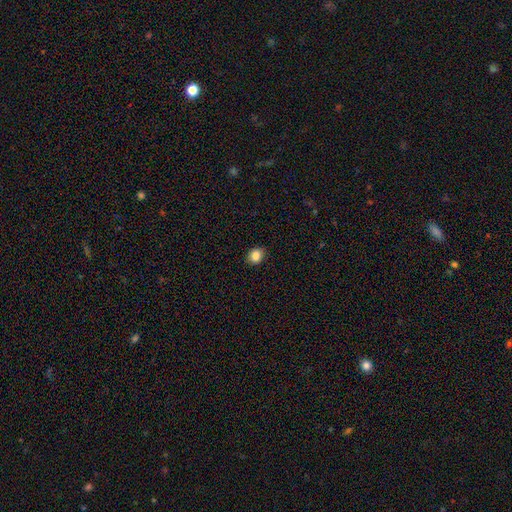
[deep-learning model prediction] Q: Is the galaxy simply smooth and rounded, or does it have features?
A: smooth — 85%.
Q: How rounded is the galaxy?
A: round — 60%.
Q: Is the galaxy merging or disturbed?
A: none — 89%.